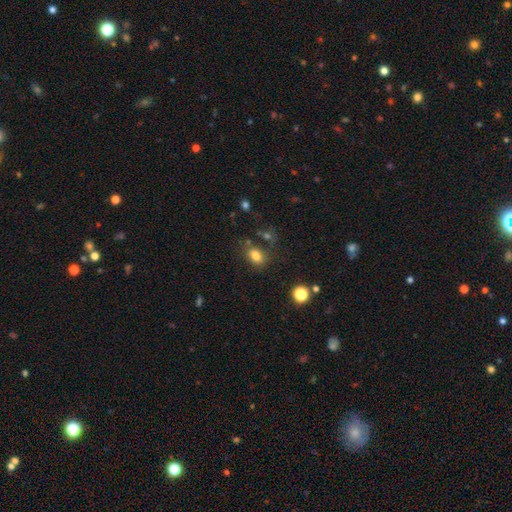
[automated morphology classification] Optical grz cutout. It shows a smooth galaxy with no disk features (80%) that is in between round and cigar-shaped (72%). Merging: none (71%).